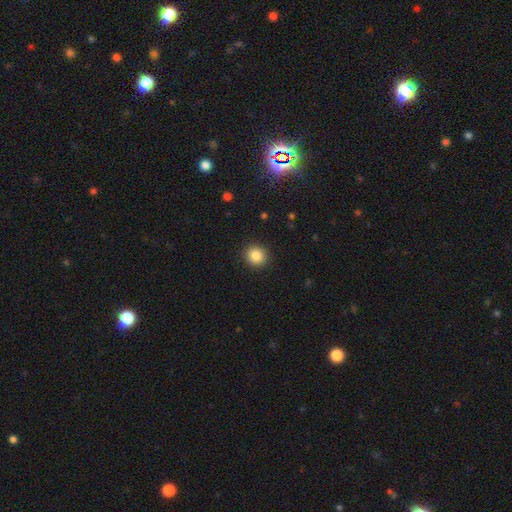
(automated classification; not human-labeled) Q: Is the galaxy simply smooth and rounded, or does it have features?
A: smooth — 86%.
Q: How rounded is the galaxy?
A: round — 89%.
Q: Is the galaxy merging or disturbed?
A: none — 92%.